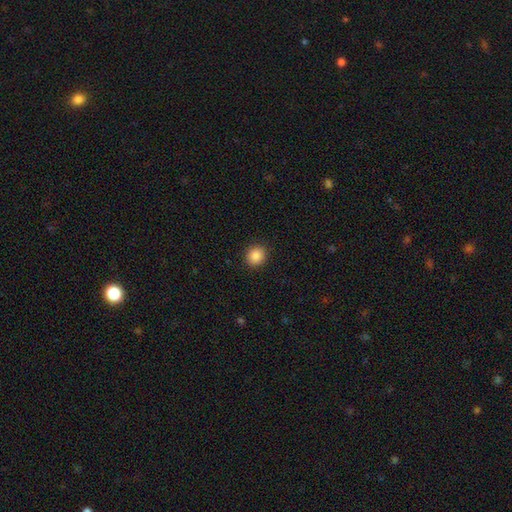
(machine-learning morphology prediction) Overall: smooth (88%). How rounded: round (82%). Merging: none (91%).